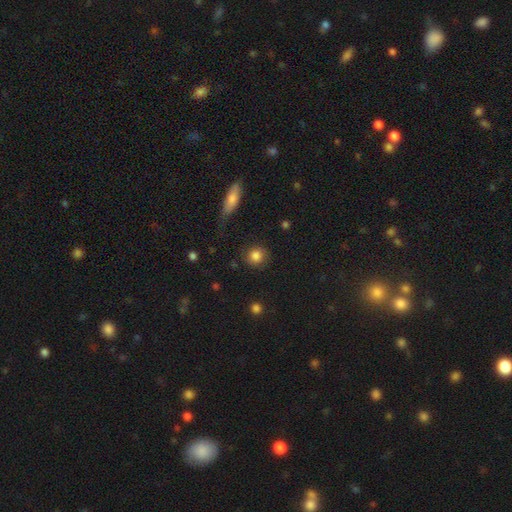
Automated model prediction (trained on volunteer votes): The model was most divided on "merging": none: 83%, minor disturbance: 11%, major disturbance: 4%, merger: 2%. More confident: how rounded — round (87%); smooth or featured — smooth (83%).